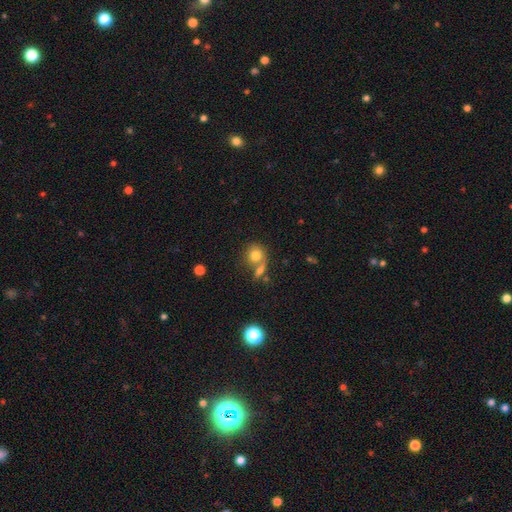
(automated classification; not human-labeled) Morphology: type=smooth (77%); roundness=round (77%); merging=none (46%).